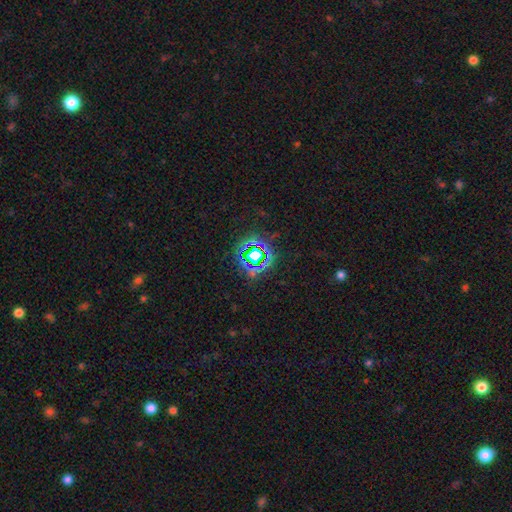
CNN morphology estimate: smooth_or_featured: star or artifact (p=0.72) [alt: smooth p=0.17]